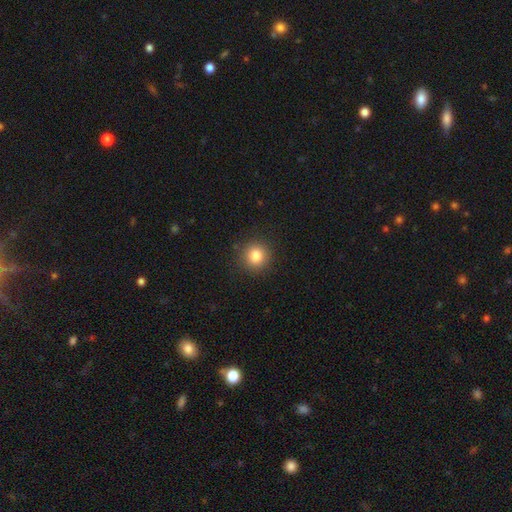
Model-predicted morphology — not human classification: smooth-or-featured: smooth: 84% | star or artifact: 11% | featured or disk: 6%
  how-rounded: round: 93% | in between: 6% | cigar-shaped: 1%
  merging: none: 90% | minor disturbance: 7% | major disturbance: 2% | merger: 1%